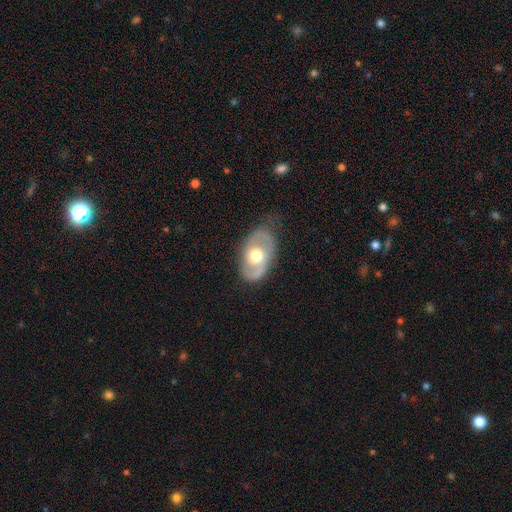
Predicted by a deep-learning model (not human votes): featured or disk 64%, smooth 31%, star or artifact 6%. Down the decision tree: edge-on disk — no (93%); bar — no (71%); spiral arms — yes (61%); bulge size — moderate (71%); merging — none (70%).